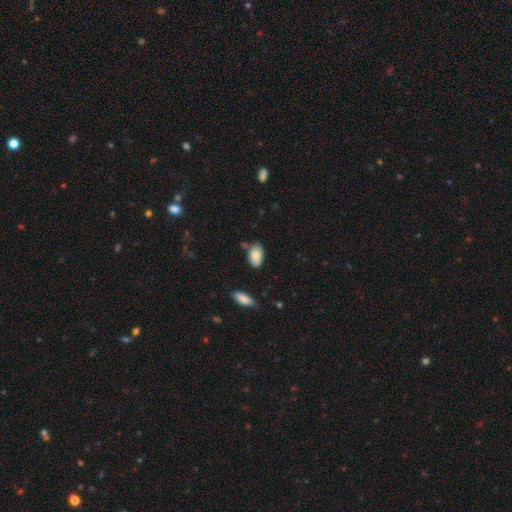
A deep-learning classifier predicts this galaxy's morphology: Smooth or featured? smooth (82%)
How rounded? in between (94%)
Merging? none (71%)